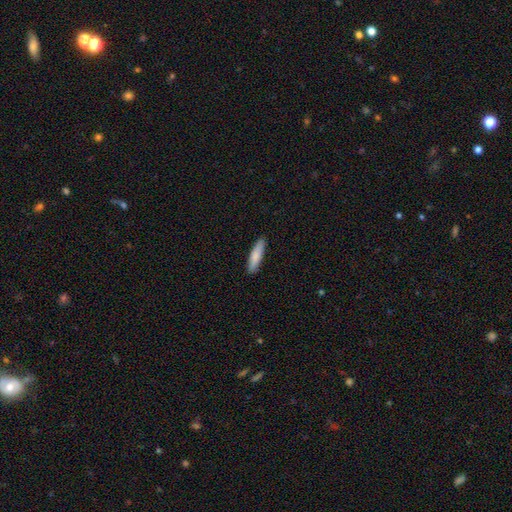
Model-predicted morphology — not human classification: smooth-or-featured: smooth: 82% | featured or disk: 12% | star or artifact: 5%
  how-rounded: cigar-shaped: 77% | in between: 21% | round: 1%
  merging: none: 90% | minor disturbance: 8% | major disturbance: 2% | merger: 1%